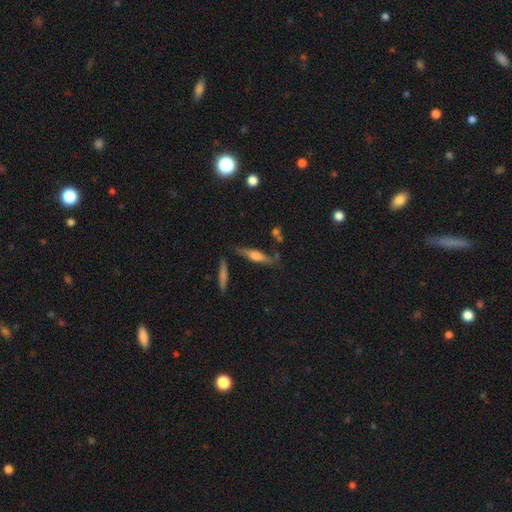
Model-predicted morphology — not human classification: type=featured or disk (53%); edge-on=yes (92%); merging=none (76%).